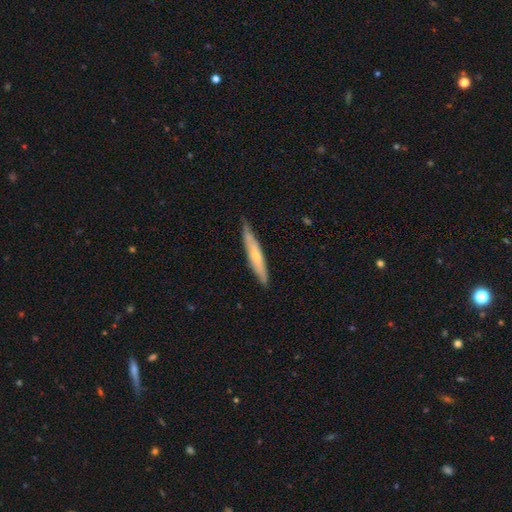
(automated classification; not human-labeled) Overall: featured or disk (48%; smooth 46%). Merging: none (81%).